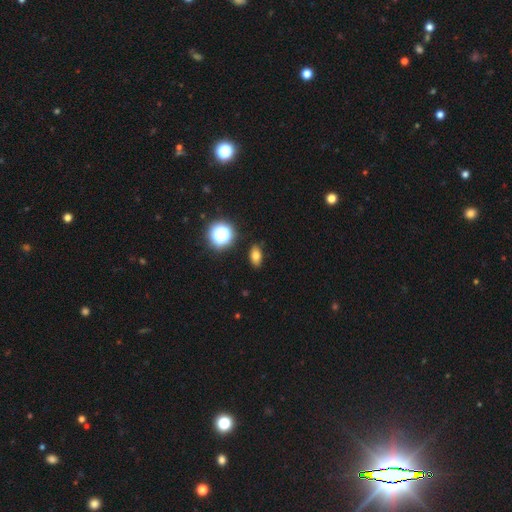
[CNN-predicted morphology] Smooth or featured? smooth (75%)
How rounded? in between (83%)
Merging? none (87%)